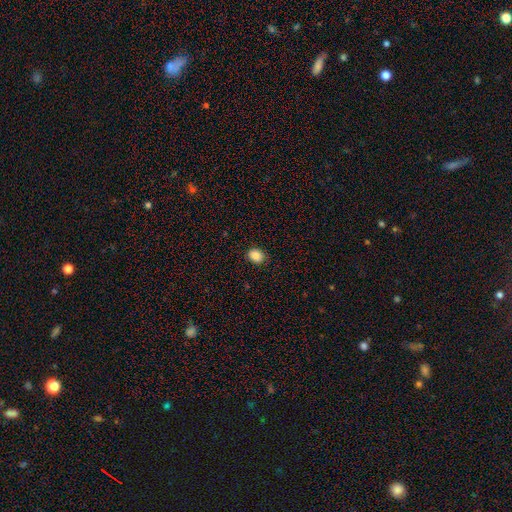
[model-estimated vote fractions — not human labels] Smooth or featured: smooth — 86% (star or artifact — 9%)
How rounded: in between — 53% (round — 46%)
Merging: none — 86% (minor disturbance — 11%)